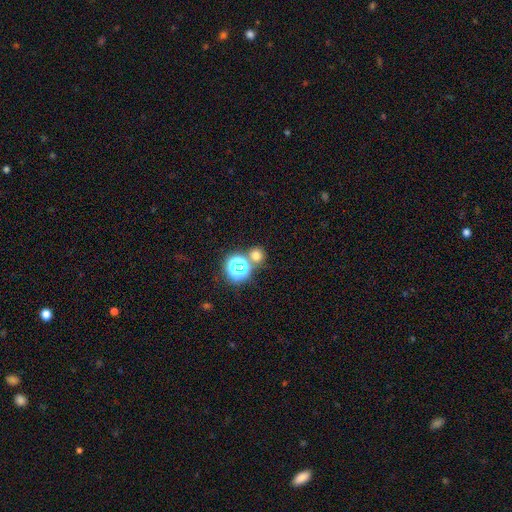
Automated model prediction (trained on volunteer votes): Smooth or featured? smooth (64%)
How rounded? round (87%)
Merging? none (69%)